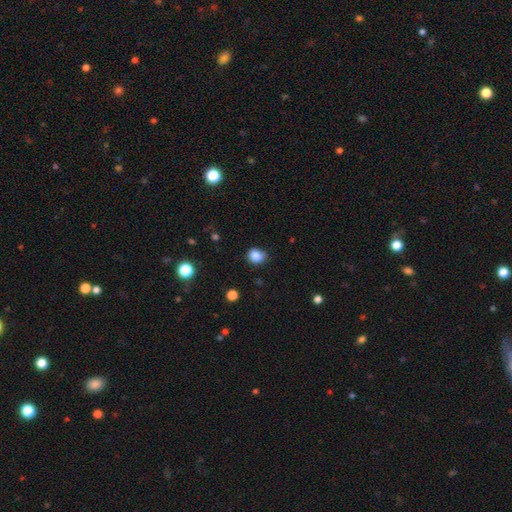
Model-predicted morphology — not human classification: Smooth or featured? smooth (84%)
How rounded? round (68%)
Merging? none (76%)